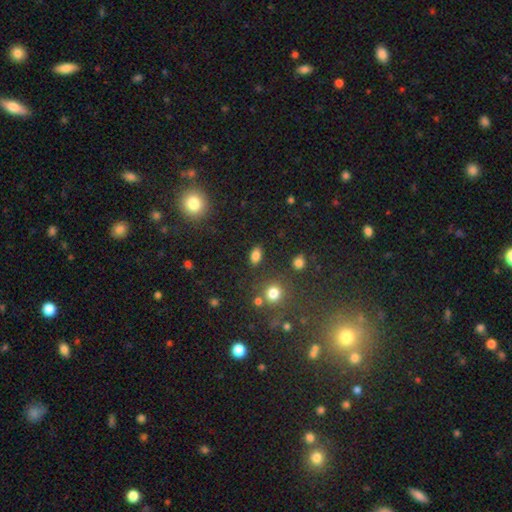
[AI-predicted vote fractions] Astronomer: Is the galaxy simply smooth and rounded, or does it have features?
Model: smooth — 82%.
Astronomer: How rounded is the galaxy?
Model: in between — 84%.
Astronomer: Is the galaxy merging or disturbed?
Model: none — 84%.